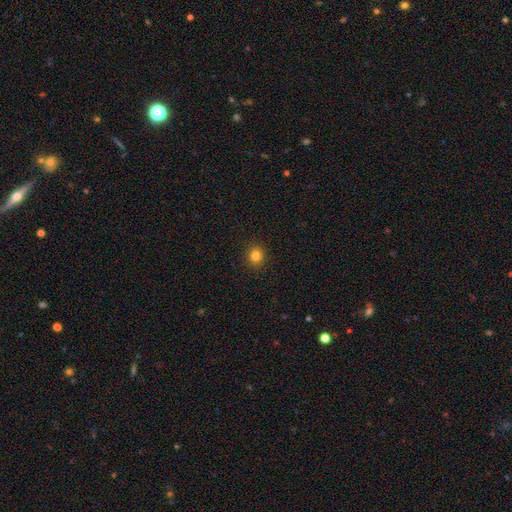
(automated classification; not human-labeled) smooth_or_featured: smooth (p=0.82) [alt: star or artifact p=0.13]
how_rounded: round (p=0.84) [alt: in between p=0.15]
merging: none (p=0.92) [alt: minor disturbance p=0.05]